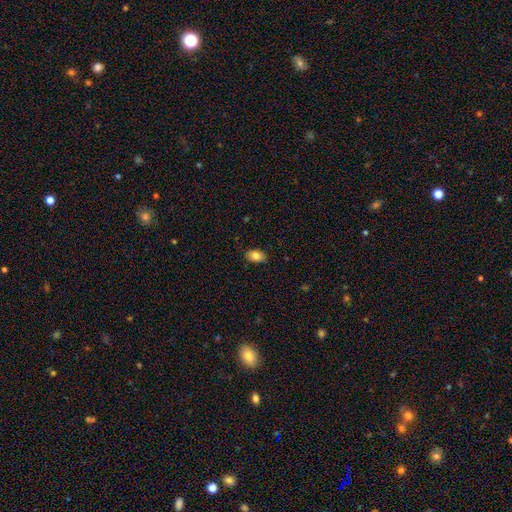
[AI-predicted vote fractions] smooth 83%, featured or disk 8%, star or artifact 8%. Down the decision tree: how rounded — in between (89%); merging — none (87%).